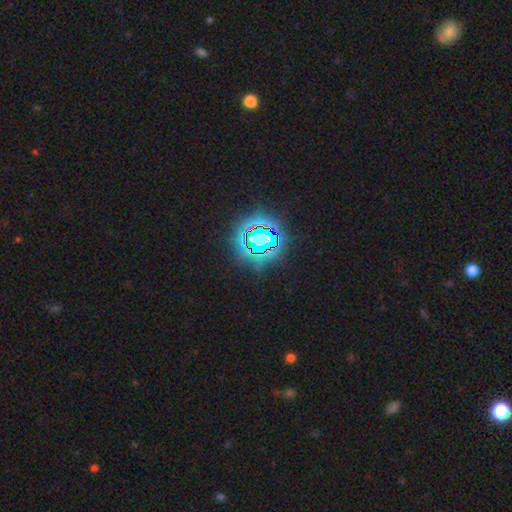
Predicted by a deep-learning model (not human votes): Q: Smooth or featured?
A: star or artifact (84%); runner-up: smooth (10%)